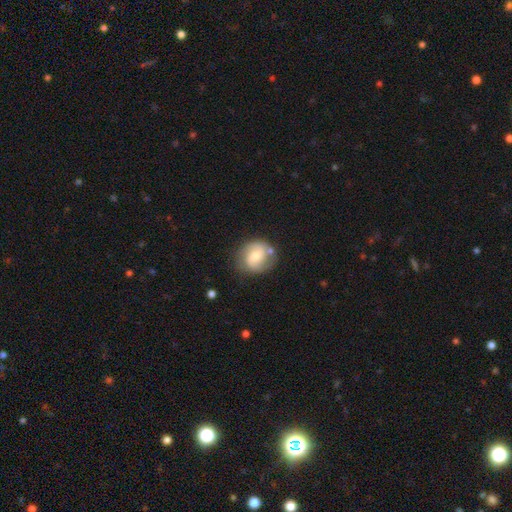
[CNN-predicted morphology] featured or disk 59%, smooth 34%, star or artifact 7%. Down the decision tree: edge-on disk — no (97%); bar — no (47%); spiral arms — yes (85%); bulge size — moderate (59%); merging — none (68%).